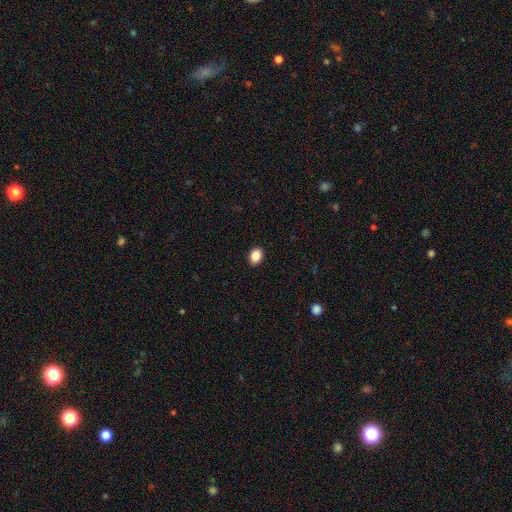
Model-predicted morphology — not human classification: Smooth or featured: smooth — 88% (star or artifact — 9%)
How rounded: in between — 65% (round — 34%)
Merging: none — 91% (minor disturbance — 6%)